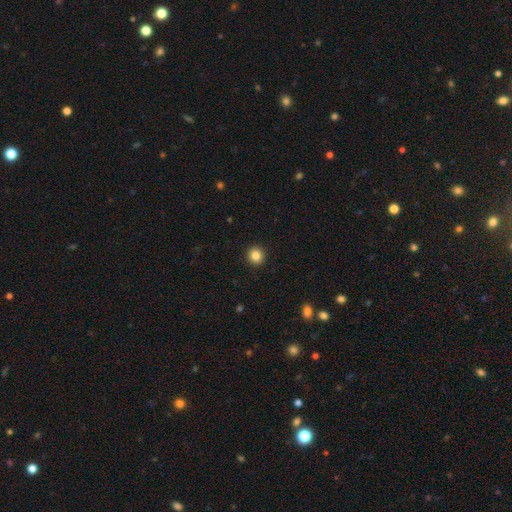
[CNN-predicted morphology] Smooth or featured? Predicted: smooth (p=0.85). How rounded? Predicted: round (p=0.93). Merging? Predicted: none (p=0.93).